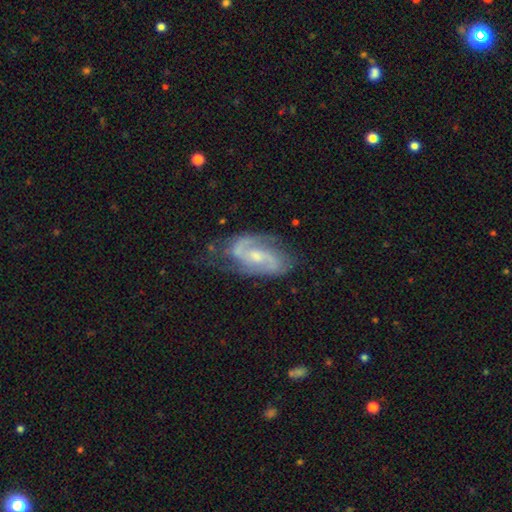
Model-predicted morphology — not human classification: smooth-or-featured: featured or disk: 87% | smooth: 7% | star or artifact: 6%
  disk-edge-on: no: 96% | yes: 4%
    bar: weak: 46% | no: 40% | strong: 13%
    has-spiral-arms: yes: 97% | no: 3%
      spiral-winding: medium: 54% | tight: 25% | loose: 21%
      spiral-arm-count: 2: 87% | can't tell: 6% | 3: 3% | 1: 2% | 4: 1% | more than 4: 1%
    bulge-size: small: 46% (tied) | moderate: 46% (tied) | none: 4% | large: 3% | dominant: 1%
  merging: none: 66% | minor disturbance: 22% | major disturbance: 10% | merger: 2%